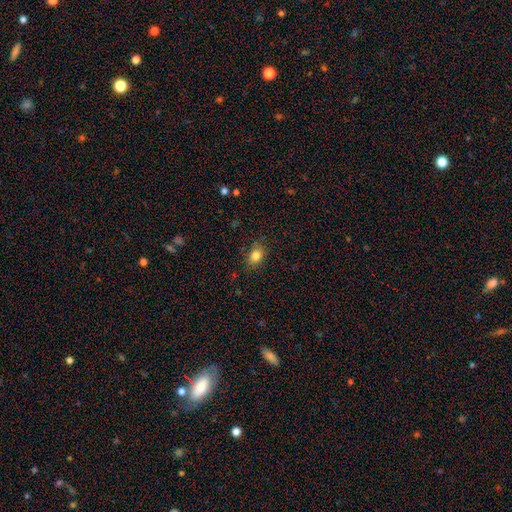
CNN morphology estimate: Q: Smooth or featured?
A: smooth (84%); runner-up: star or artifact (10%)
Q: How rounded?
A: in between (67%); runner-up: round (31%)
Q: Merging?
A: none (81%); runner-up: minor disturbance (14%)